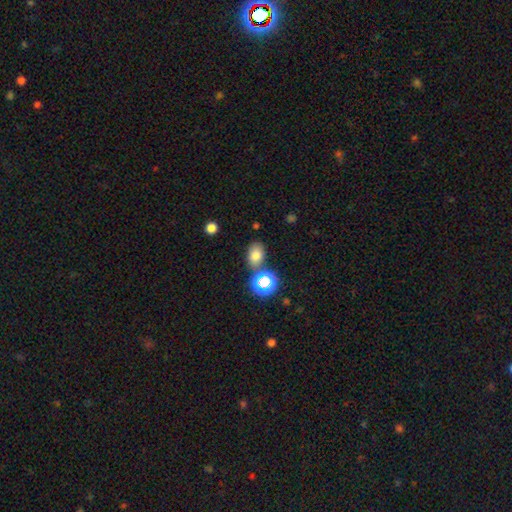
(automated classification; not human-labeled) Morphology: type=smooth (72%); roundness=in between (71%); merging=none (71%).